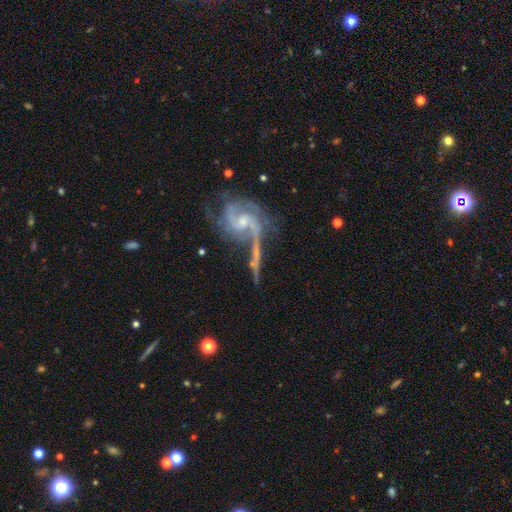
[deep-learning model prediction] smooth_or_featured: featured or disk (p=0.80) [alt: smooth p=0.12]
disk_edge_on: no (p=0.85) [alt: yes p=0.15]
bar: no (p=0.50) [alt: weak p=0.36]
has_spiral_arms: yes (p=0.88) [alt: no p=0.12]
spiral_winding: medium (p=0.40) [alt: loose p=0.37]
spiral_arm_count: 2 (p=0.67) [alt: can't tell p=0.13]
bulge_size: small (p=0.51) [alt: moderate p=0.34]
merging: none (p=0.40) [alt: merger p=0.23]